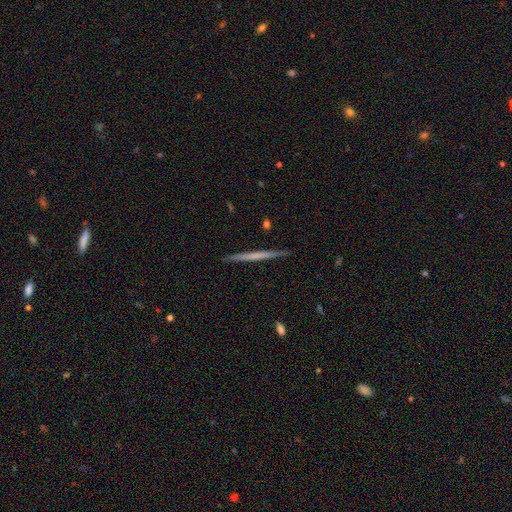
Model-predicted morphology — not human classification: smooth-or-featured: featured or disk: 53% | smooth: 42% | star or artifact: 5%
  disk-edge-on: yes: 98% | no: 2%
    edge-on-bulge: none: 88% | rounded: 8% | boxy: 4%
  merging: none: 92% | minor disturbance: 6% | major disturbance: 1% | merger: 1%